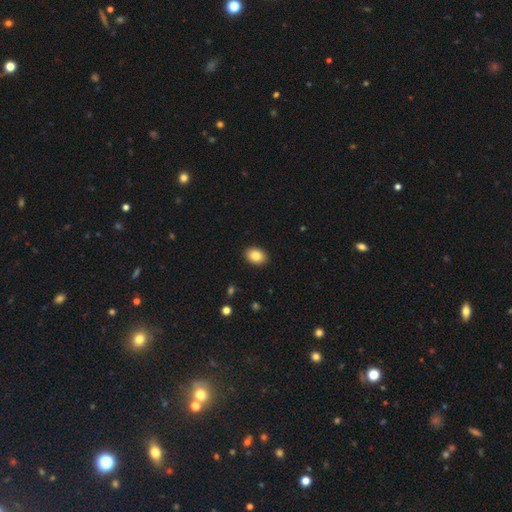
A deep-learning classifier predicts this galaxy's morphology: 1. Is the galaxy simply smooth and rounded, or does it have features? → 85% smooth, 8% star or artifact, 7% featured or disk.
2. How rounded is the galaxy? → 73% in between, 26% round, 1% cigar-shaped.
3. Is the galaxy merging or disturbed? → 91% none, 7% minor disturbance, 2% major disturbance, 1% merger.